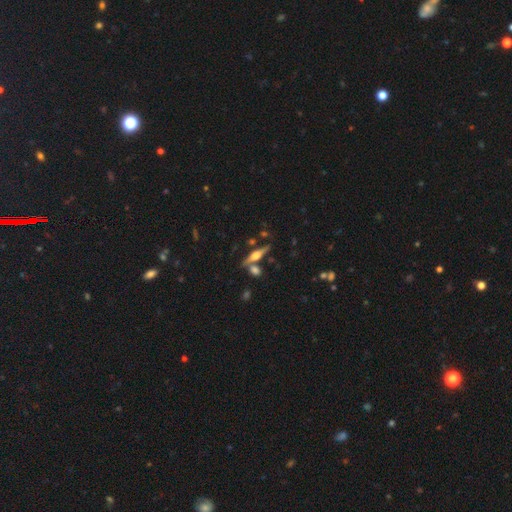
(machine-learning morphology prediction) featured or disk 72%, smooth 21%, star or artifact 7%. Down the decision tree: edge-on disk — yes (97%); edge-on bulge — rounded (91%); merging — none (76%).